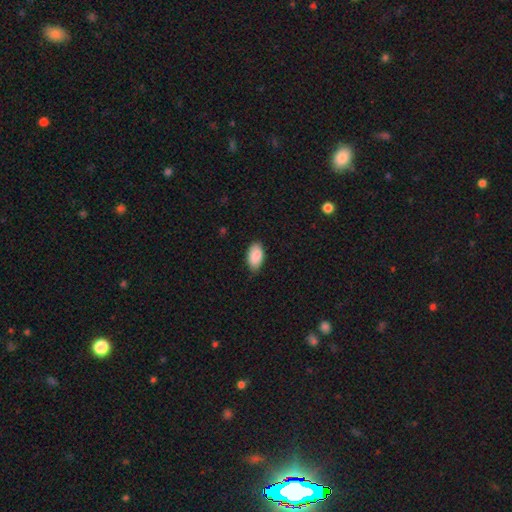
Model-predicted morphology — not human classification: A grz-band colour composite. It shows a smooth galaxy with no disk features (89%) that is in between round and cigar-shaped (95%). Merging: none (79%).